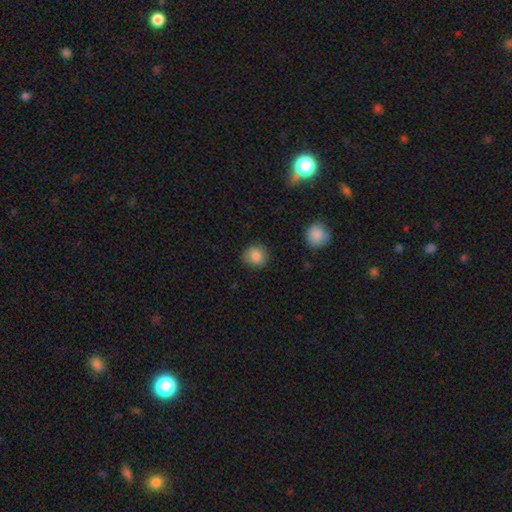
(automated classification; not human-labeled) Q: Smooth or featured?
A: smooth (85%); runner-up: star or artifact (9%)
Q: How rounded?
A: round (88%); runner-up: in between (11%)
Q: Merging?
A: none (87%); runner-up: minor disturbance (9%)